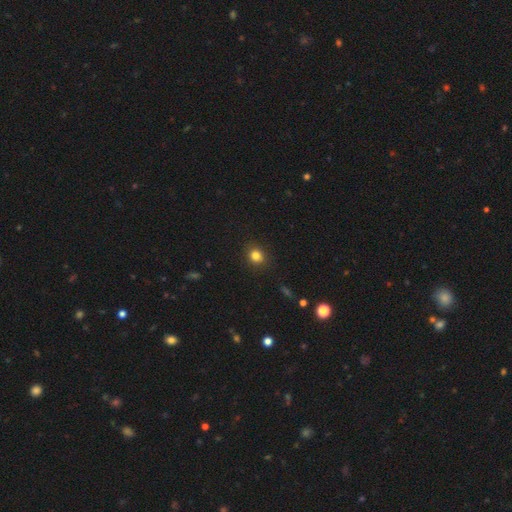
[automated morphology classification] Smooth or featured? smooth (82%)
How rounded? round (73%)
Merging? none (88%)